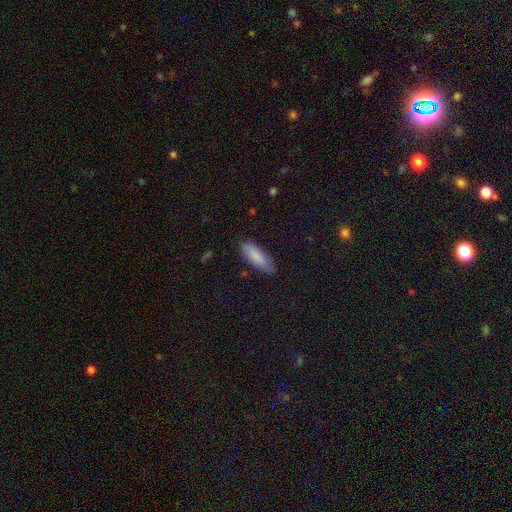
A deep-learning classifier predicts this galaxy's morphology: Overall: smooth (85%). How rounded: in between (61%; cigar-shaped 38%). Merging: none (80%).